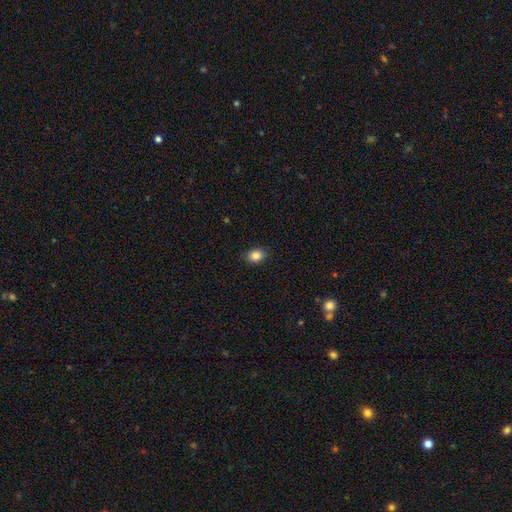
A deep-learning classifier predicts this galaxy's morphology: Smooth or featured? Predicted: smooth (p=0.85). How rounded? Predicted: in between (p=0.60). Merging? Predicted: none (p=0.89).